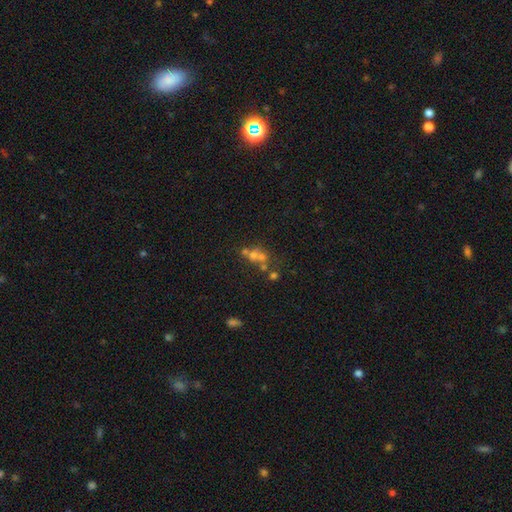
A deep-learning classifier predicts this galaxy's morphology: Smooth or featured? Predicted: smooth (p=0.48). Merging? Predicted: merger (p=0.49).